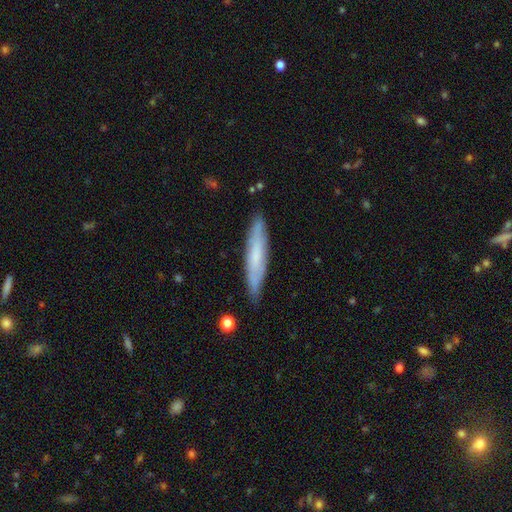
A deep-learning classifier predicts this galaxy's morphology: type=smooth (53%); roundness=cigar-shaped (88%); merging=none (84%).